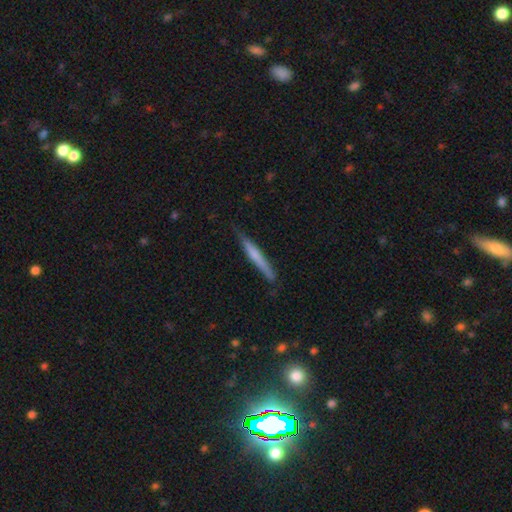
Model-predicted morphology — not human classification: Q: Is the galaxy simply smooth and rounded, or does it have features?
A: smooth — 57%.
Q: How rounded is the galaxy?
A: cigar-shaped — 96%.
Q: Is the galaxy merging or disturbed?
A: none — 81%.